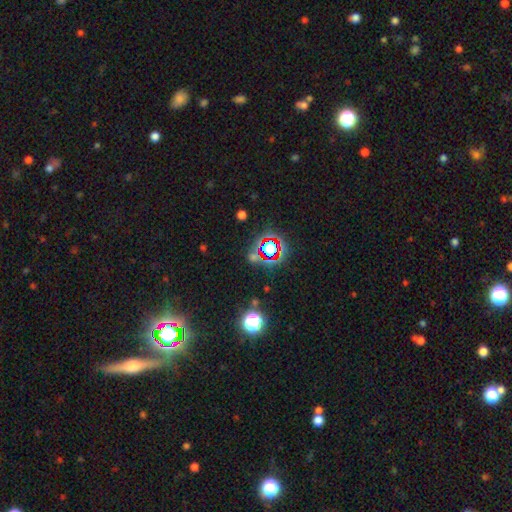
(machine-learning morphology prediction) Smooth or featured: star or artifact — 75% (smooth — 16%)